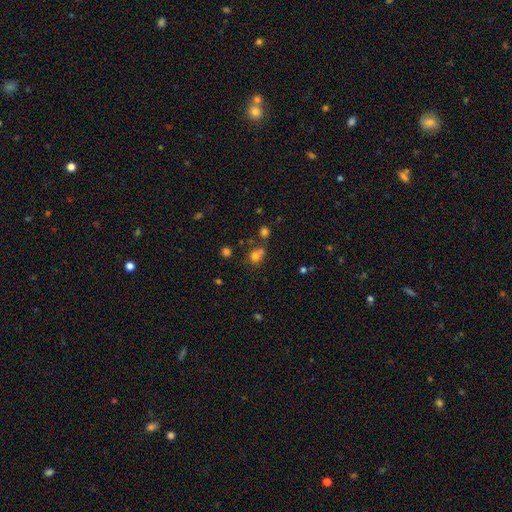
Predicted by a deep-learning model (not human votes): A smooth galaxy with no disk features (72%) that is round (74%).

Vote fractions:
- Smooth or featured? smooth: 72% / star or artifact: 19% / featured or disk: 10%
- How rounded? round: 74% / in between: 25% / cigar-shaped: 1%
- Merging? none: 51% / merger: 32% / minor disturbance: 12% / major disturbance: 5%